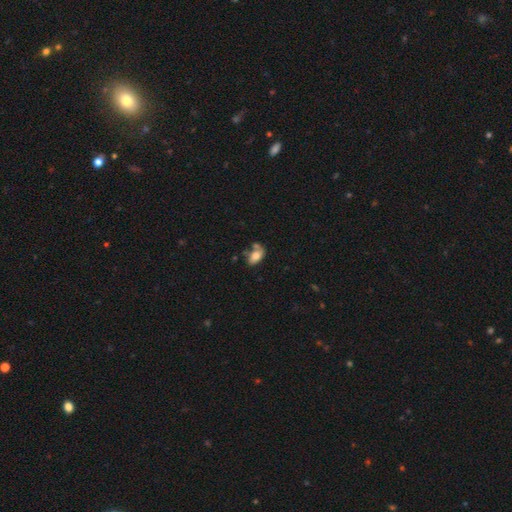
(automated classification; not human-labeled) Q: Smooth or featured?
A: smooth (75%); runner-up: featured or disk (17%)
Q: How rounded?
A: in between (92%); runner-up: round (5%)
Q: Merging?
A: none (45%); runner-up: minor disturbance (24%)